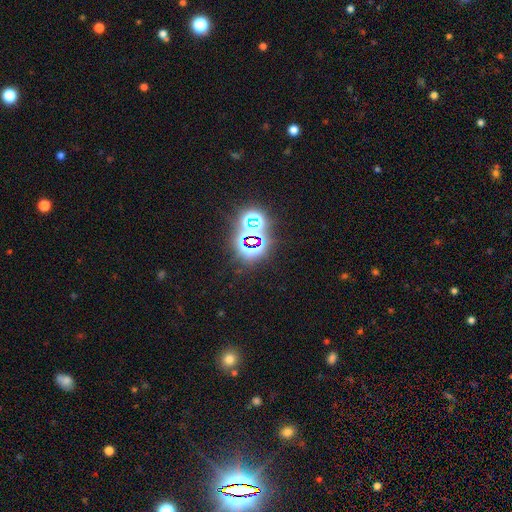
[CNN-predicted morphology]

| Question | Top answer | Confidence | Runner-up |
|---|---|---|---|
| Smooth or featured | star or artifact | 74% | smooth (17%) |